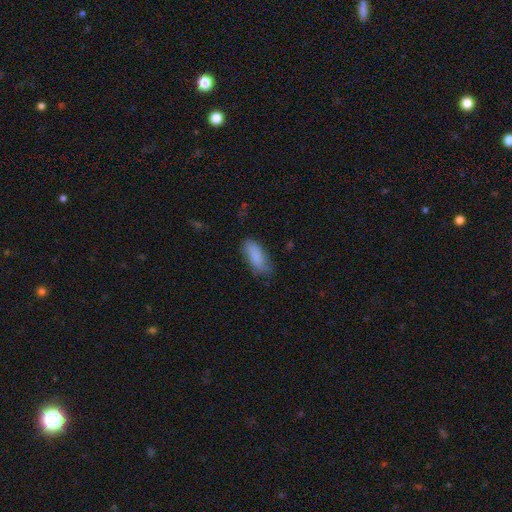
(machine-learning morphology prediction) Smooth or featured?
  - smooth: 84% *
  - featured or disk: 9%
  - star or artifact: 7%
How rounded?
  - in between: 75% *
  - cigar-shaped: 23%
  - round: 2%
Merging?
  - none: 64% *
  - minor disturbance: 27%
  - major disturbance: 7%
  - merger: 2%